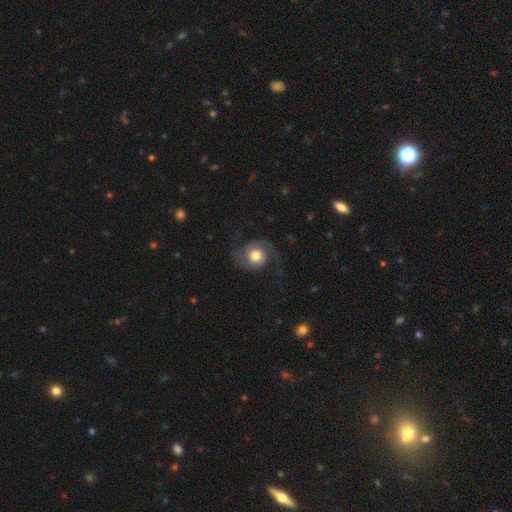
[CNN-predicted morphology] A featured or disk galaxy (75%) with no bar (76%), 2 (89%) loose (45%) spiral arms (94%) and a moderate central bulge (61%).

Vote fractions:
- Smooth or featured? featured or disk: 75% / smooth: 19% / star or artifact: 7%
- Edge-on disk? no: 98% / yes: 2%
- Bar? no: 76% / weak: 20% / strong: 4%
- Spiral arms? yes: 94% / no: 6%
- Spiral winding? loose: 45% / medium: 42% / tight: 13%
- Spiral arm count? 2: 89% / 1: 5% / can't tell: 3% / 3: 1% / 4: 1% / more than 4: 1%
- Bulge size? moderate: 61% / large: 26% / small: 8% / dominant: 4% / none: 1%
- Merging? none: 64% / major disturbance: 19% / minor disturbance: 15% / merger: 1%